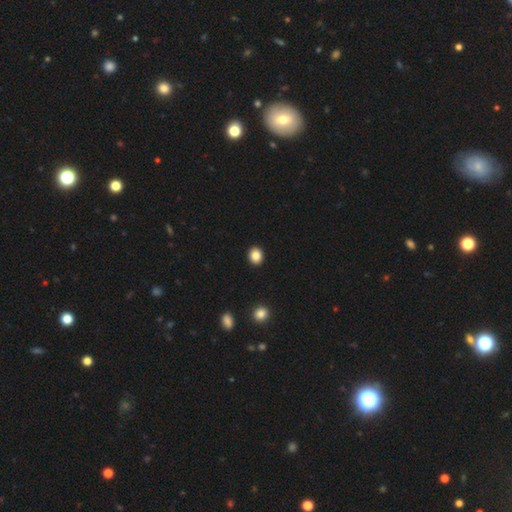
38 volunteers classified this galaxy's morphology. Smooth or featured? 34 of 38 (89%) said smooth. How rounded? 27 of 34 (79%) said round. Merging? 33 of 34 (97%) said none.